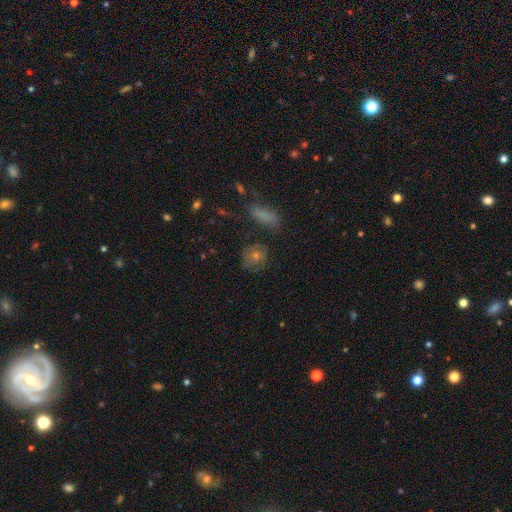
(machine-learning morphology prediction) smooth 51%, featured or disk 31%, star or artifact 19%. Down the decision tree: how rounded — round (73%); merging — none (73%).